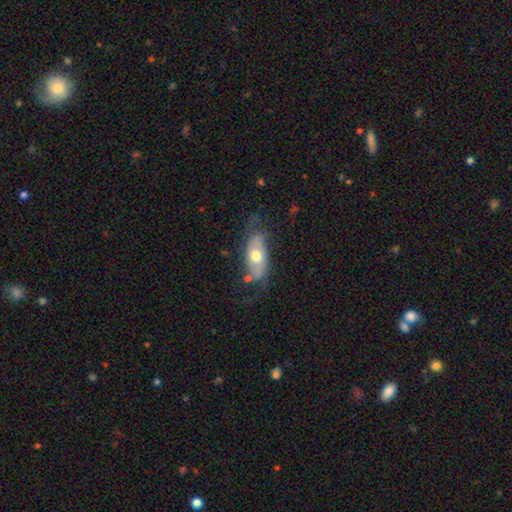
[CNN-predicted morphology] A featured or disk galaxy (52%). Merging: none (57%).